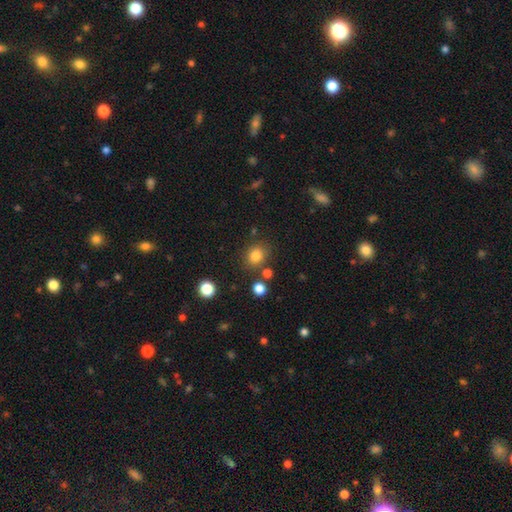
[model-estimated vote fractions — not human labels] Q: Smooth or featured?
A: smooth (82%); runner-up: star or artifact (12%)
Q: How rounded?
A: round (68%); runner-up: in between (31%)
Q: Merging?
A: none (77%); runner-up: minor disturbance (12%)